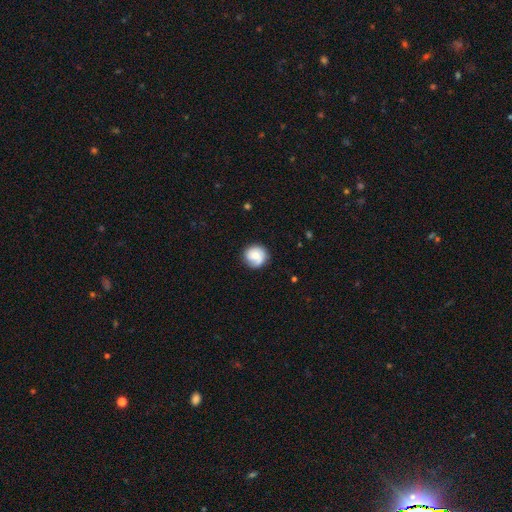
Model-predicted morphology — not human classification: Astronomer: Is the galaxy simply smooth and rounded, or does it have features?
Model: smooth — 60%.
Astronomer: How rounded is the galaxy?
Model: round — 92%.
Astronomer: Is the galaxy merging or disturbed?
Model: none — 79%.